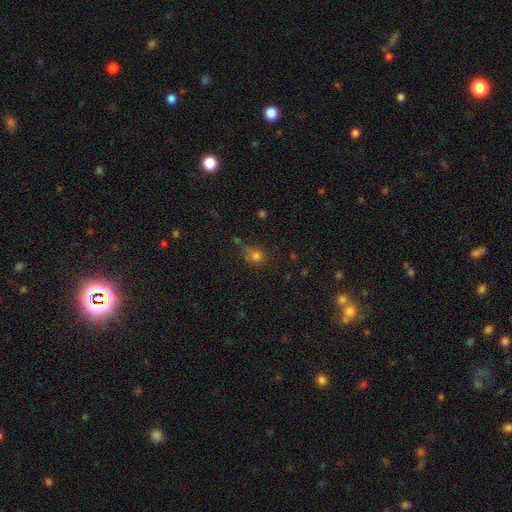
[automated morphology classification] smooth_or_featured: smooth (p=0.75) [alt: star or artifact p=0.17]
how_rounded: round (p=0.81) [alt: in between p=0.18]
merging: none (p=0.56) [alt: minor disturbance p=0.18]